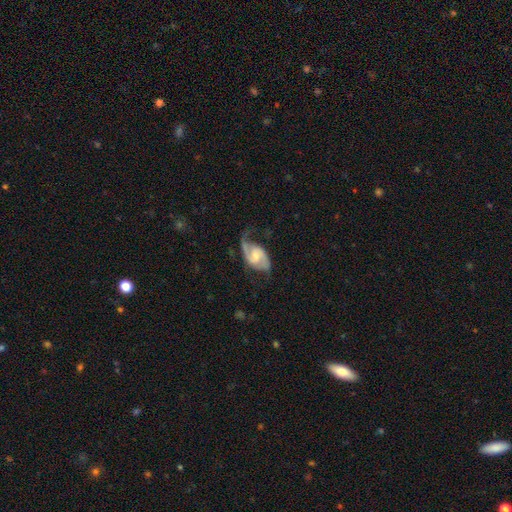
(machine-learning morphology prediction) type=featured or disk (84%); edge-on=no (97%); bar=weak (47%); spiral arms=yes (96%); winding=medium (46%); arm count=2 (82%); bulge=moderate (48%); merging=none (56%).